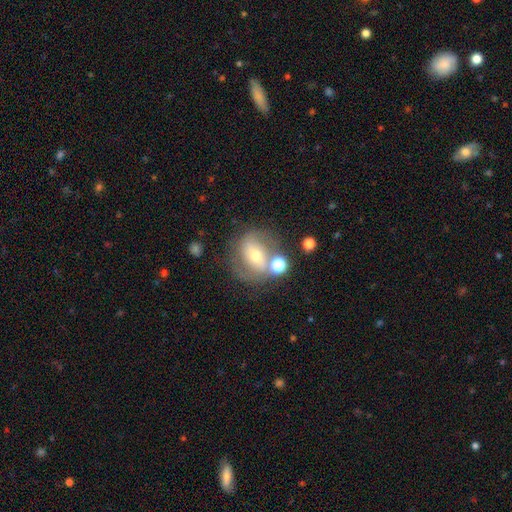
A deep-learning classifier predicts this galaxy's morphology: smooth_or_featured: featured or disk (p=0.58) [alt: smooth p=0.31]
disk_edge_on: no (p=0.93) [alt: yes p=0.07]
bar: strong (p=0.37) [alt: no p=0.32]
has_spiral_arms: yes (p=0.61) [alt: no p=0.39]
bulge_size: moderate (p=0.55) [alt: small p=0.37]
merging: none (p=0.57) [alt: minor disturbance p=0.17]